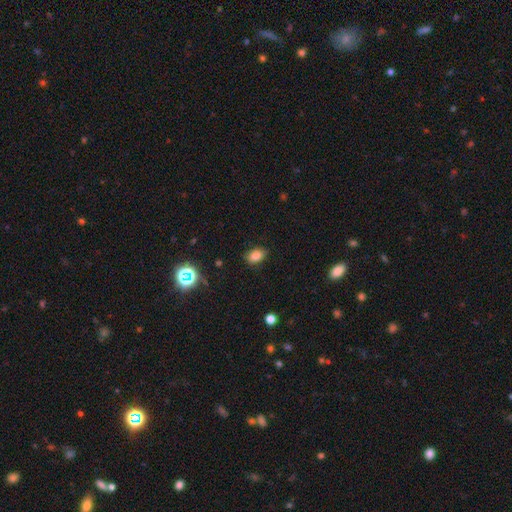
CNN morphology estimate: A smooth galaxy with no disk features (81%) that is in between round and cigar-shaped (83%). Merging: none (84%).